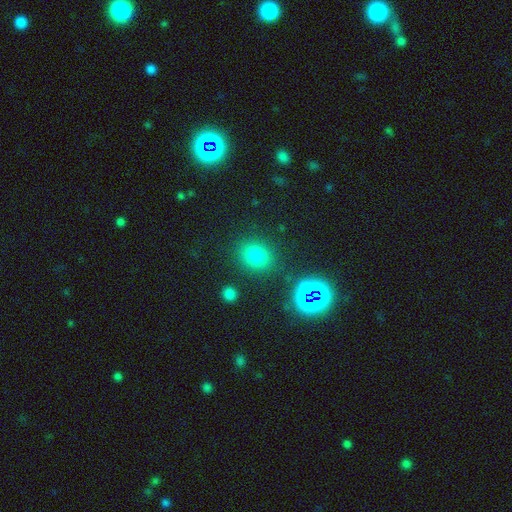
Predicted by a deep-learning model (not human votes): The model was most divided on "how rounded": round: 57%, in between: 41%, cigar-shaped: 1%. More confident: merging — none (84%); smooth or featured — smooth (74%).